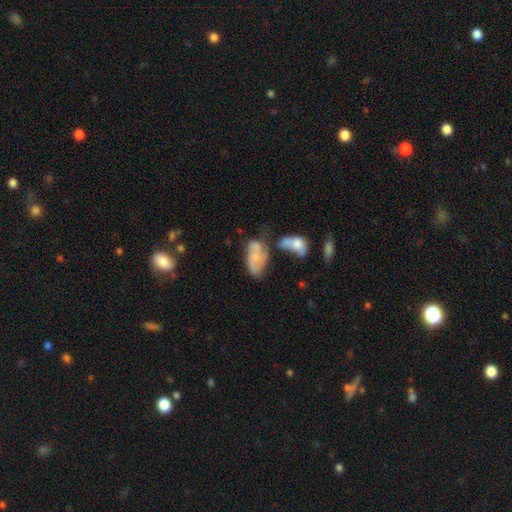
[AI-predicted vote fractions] Morphology: type=featured or disk (49%); merging=none (31%).